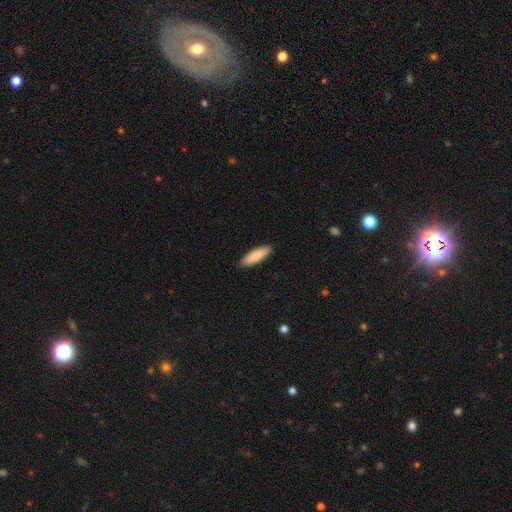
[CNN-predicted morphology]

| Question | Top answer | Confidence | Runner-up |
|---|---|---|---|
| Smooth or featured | smooth | 88% | featured or disk (7%) |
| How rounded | cigar-shaped | 60% | in between (39%) |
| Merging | none | 90% | minor disturbance (7%) |